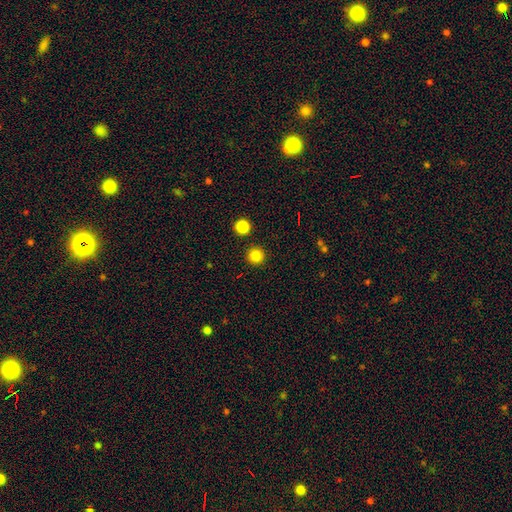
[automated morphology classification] smooth 84%, star or artifact 12%, featured or disk 4%. Down the decision tree: how rounded — round (96%); merging — none (92%).